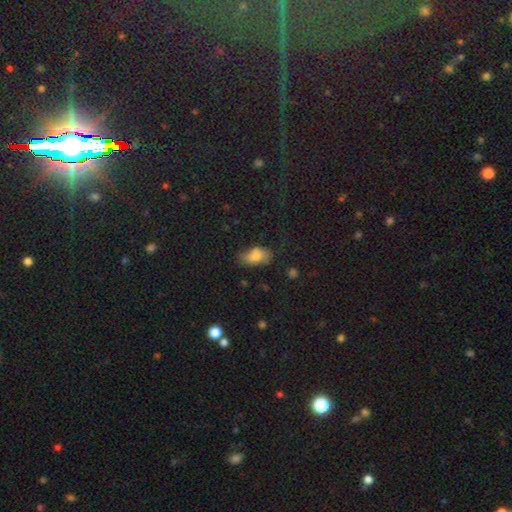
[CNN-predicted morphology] smooth_or_featured: smooth (p=0.79) [alt: featured or disk p=0.11]
how_rounded: in between (p=0.90) [alt: round p=0.08]
merging: none (p=0.62) [alt: minor disturbance p=0.27]